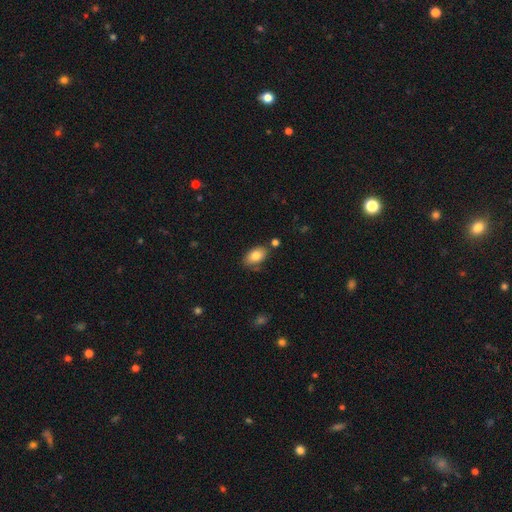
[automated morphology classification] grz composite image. It shows a smooth galaxy with no disk features (81%) that is in between round and cigar-shaped (91%). Merging: none (73%).